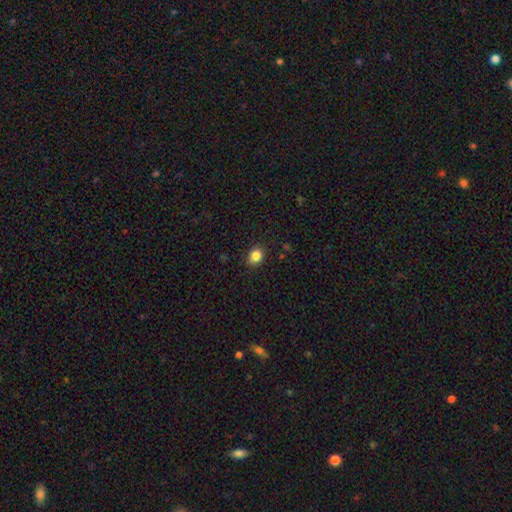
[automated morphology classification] The model was most divided on "how rounded": round: 53%, in between: 46%, cigar-shaped: 1%. More confident: merging — none (87%); smooth or featured — smooth (84%).